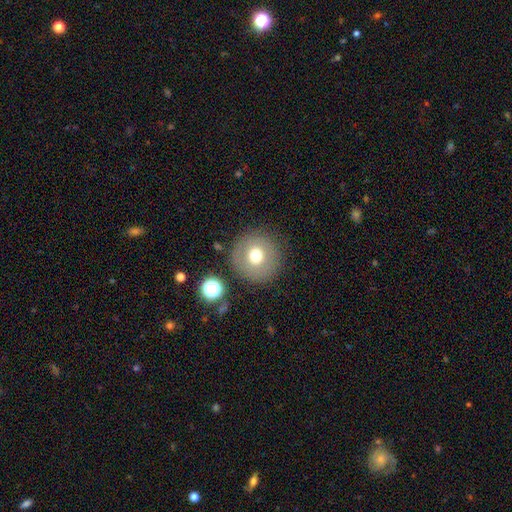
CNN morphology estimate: Smooth or featured?
  - smooth: 68% *
  - featured or disk: 20%
  - star or artifact: 11%
How rounded?
  - round: 95% *
  - in between: 4%
  - cigar-shaped: 1%
Merging?
  - none: 85% *
  - minor disturbance: 8%
  - major disturbance: 4%
  - merger: 3%